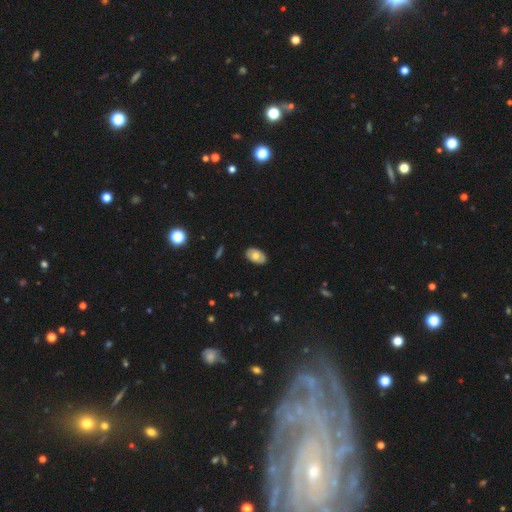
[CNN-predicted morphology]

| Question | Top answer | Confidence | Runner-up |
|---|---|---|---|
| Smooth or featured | smooth | 66% | featured or disk (27%) |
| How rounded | in between | 90% | round (8%) |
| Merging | none | 87% | minor disturbance (10%) |